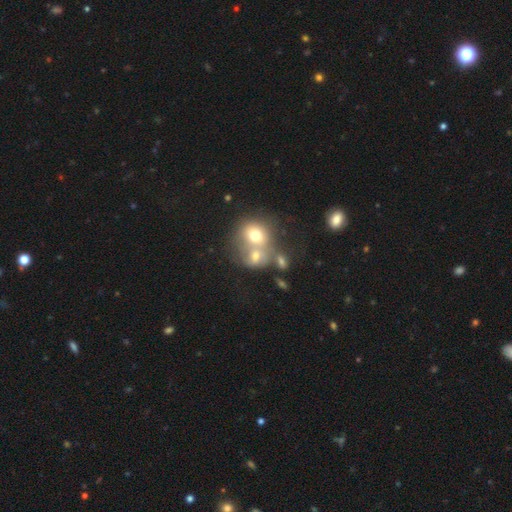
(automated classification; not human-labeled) The model was most divided on "how rounded": round: 64%, in between: 35%, cigar-shaped: 1%. More confident: merging — merger (62%); smooth or featured — smooth (60%).